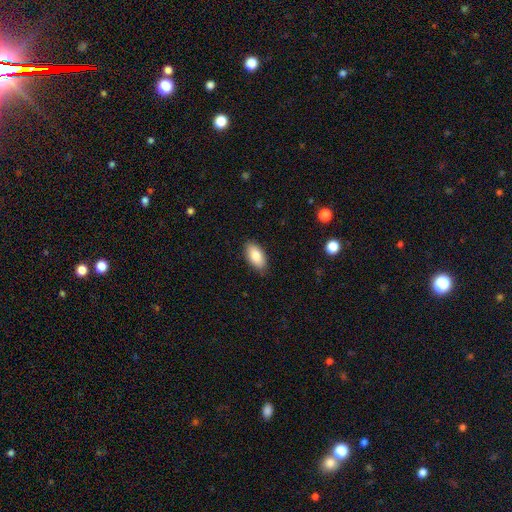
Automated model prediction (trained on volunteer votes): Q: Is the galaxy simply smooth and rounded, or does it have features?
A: smooth — 84%.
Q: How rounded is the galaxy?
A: in between — 93%.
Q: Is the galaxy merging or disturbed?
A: none — 86%.